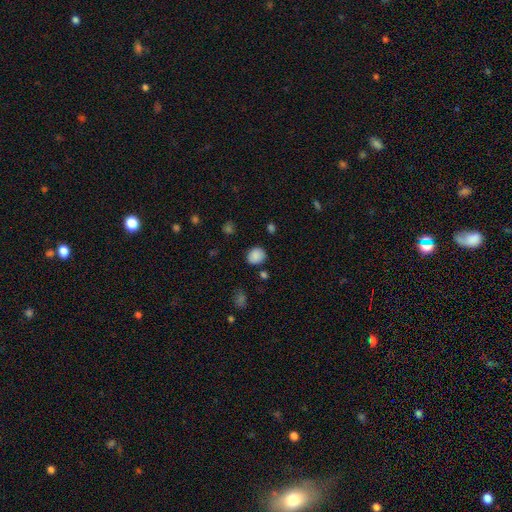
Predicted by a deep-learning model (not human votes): Q: Smooth or featured?
A: smooth (85%); runner-up: star or artifact (10%)
Q: How rounded?
A: round (78%); runner-up: in between (21%)
Q: Merging?
A: none (81%); runner-up: minor disturbance (13%)